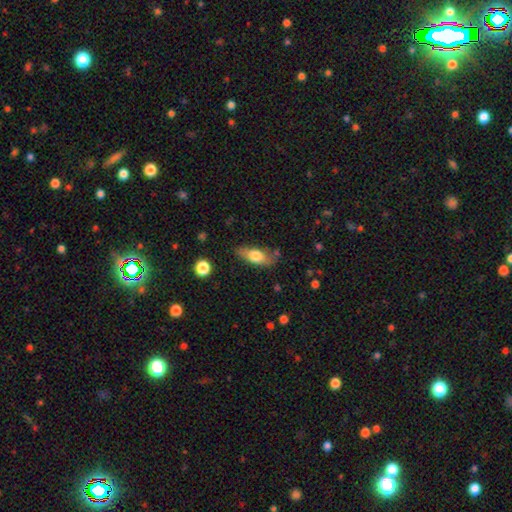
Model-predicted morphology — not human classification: Q: Smooth or featured?
A: smooth (69%); runner-up: featured or disk (25%)
Q: How rounded?
A: in between (73%); runner-up: cigar-shaped (23%)
Q: Merging?
A: none (74%); runner-up: minor disturbance (18%)